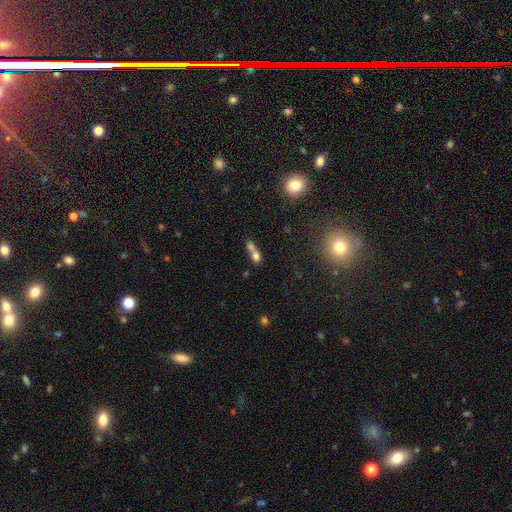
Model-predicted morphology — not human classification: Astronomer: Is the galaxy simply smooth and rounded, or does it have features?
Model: smooth — 68%.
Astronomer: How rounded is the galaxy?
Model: in between — 54% (runner-up: round, 37%).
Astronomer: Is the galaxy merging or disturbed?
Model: merger — 57%.